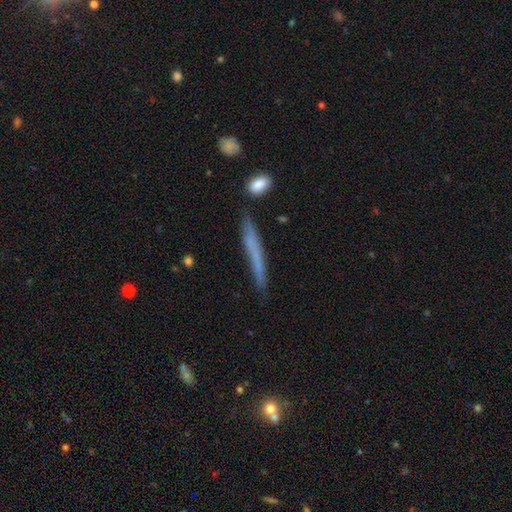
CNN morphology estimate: Smooth or featured: smooth — 54% (featured or disk — 38%)
How rounded: cigar-shaped — 96% (in between — 3%)
Merging: none — 80% (minor disturbance — 14%)